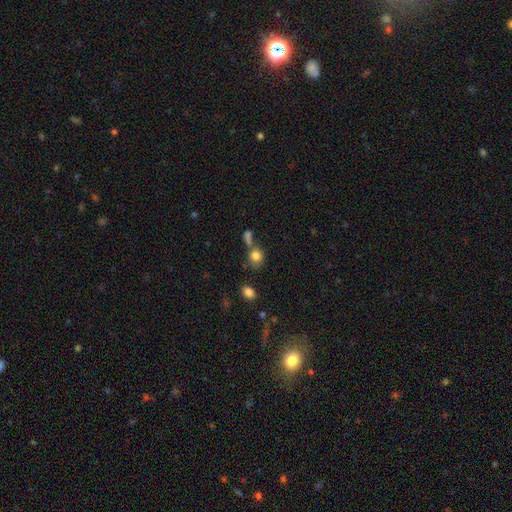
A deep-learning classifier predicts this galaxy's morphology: This appears to be a smooth galaxy with no disk features (80%) that is round (71%). Merging: none (48%).